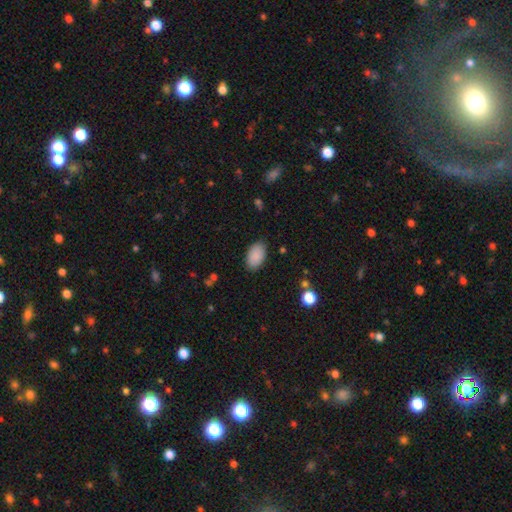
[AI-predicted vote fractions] Smooth or featured: smooth — 90% (star or artifact — 7%)
How rounded: in between — 93% (round — 5%)
Merging: none — 87% (minor disturbance — 10%)